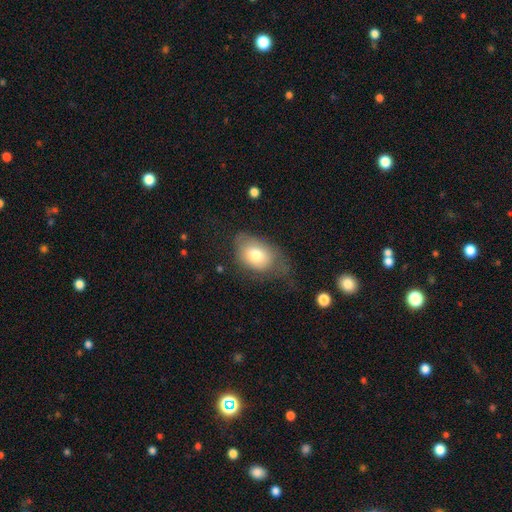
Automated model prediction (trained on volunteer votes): This is likely a smooth galaxy (73%). How rounded: clearly in between (82%). Merging: marginally none (40%).